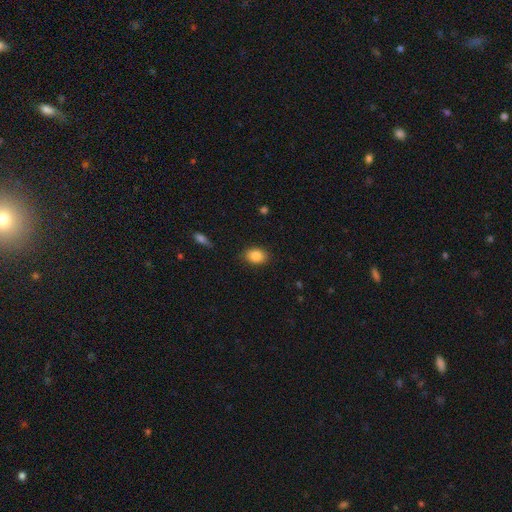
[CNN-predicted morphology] This appears to be a smooth galaxy with no disk features (86%) that is in between round and cigar-shaped (75%). Merging: none (83%).